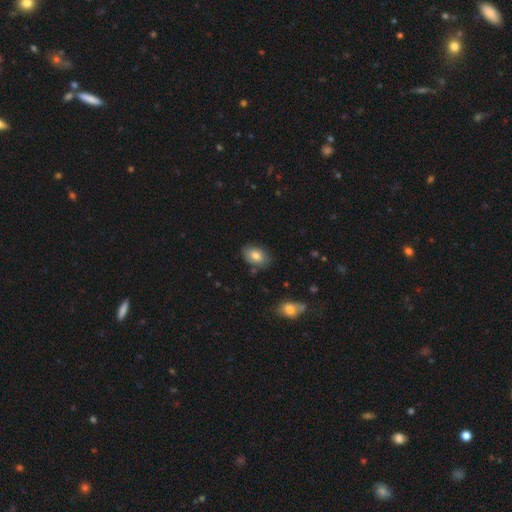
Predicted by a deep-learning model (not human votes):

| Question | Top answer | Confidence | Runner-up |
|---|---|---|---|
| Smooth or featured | smooth | 80% | featured or disk (13%) |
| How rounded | in between | 86% | round (13%) |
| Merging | none | 79% | minor disturbance (15%) |